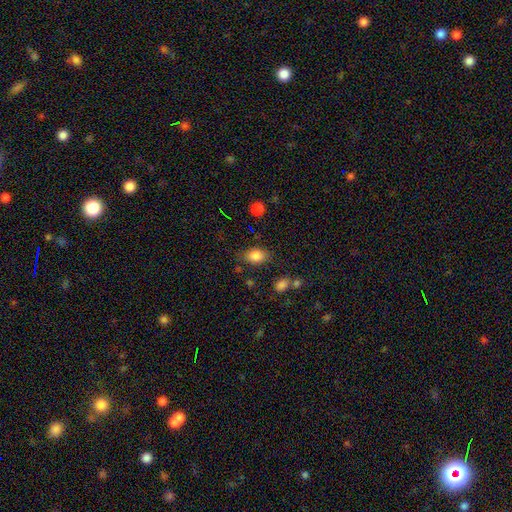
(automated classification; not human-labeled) Smooth or featured?
  - smooth: 84% *
  - star or artifact: 9%
  - featured or disk: 7%
How rounded?
  - in between: 80% *
  - round: 18%
  - cigar-shaped: 2%
Merging?
  - none: 76% *
  - minor disturbance: 16%
  - major disturbance: 4%
  - merger: 3%